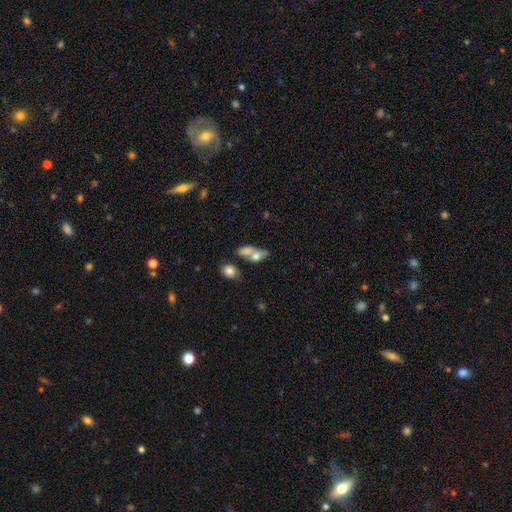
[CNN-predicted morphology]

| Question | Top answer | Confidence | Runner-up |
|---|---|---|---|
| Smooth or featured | smooth | 67% | featured or disk (23%) |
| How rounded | in between | 68% | round (16%) |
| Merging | merger | 48% | none (32%) |